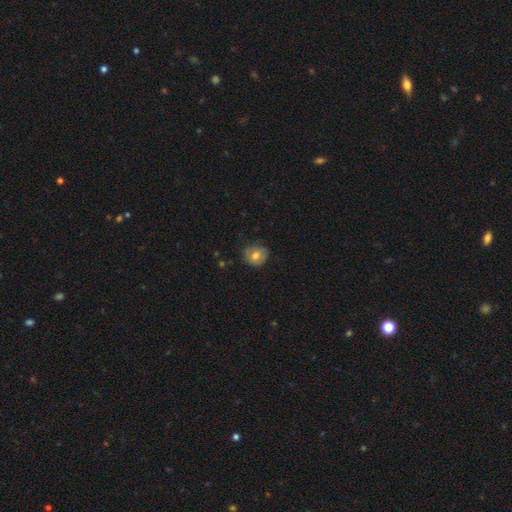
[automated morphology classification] Q: Smooth or featured?
A: smooth (69%); runner-up: featured or disk (22%)
Q: How rounded?
A: round (76%); runner-up: in between (23%)
Q: Merging?
A: none (68%); runner-up: minor disturbance (25%)